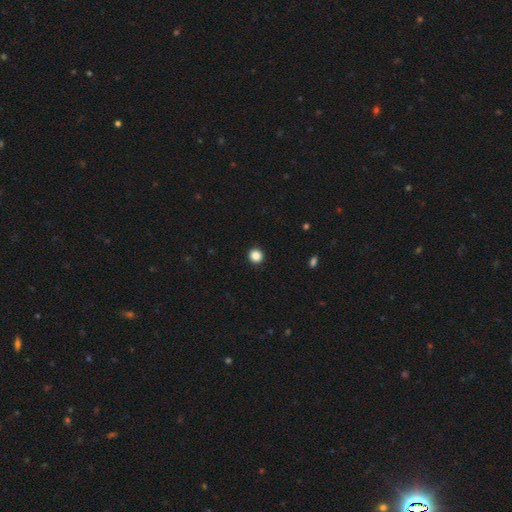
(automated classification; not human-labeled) Smooth or featured: smooth — 86% (star or artifact — 11%)
How rounded: round — 93% (in between — 6%)
Merging: none — 93% (minor disturbance — 4%)